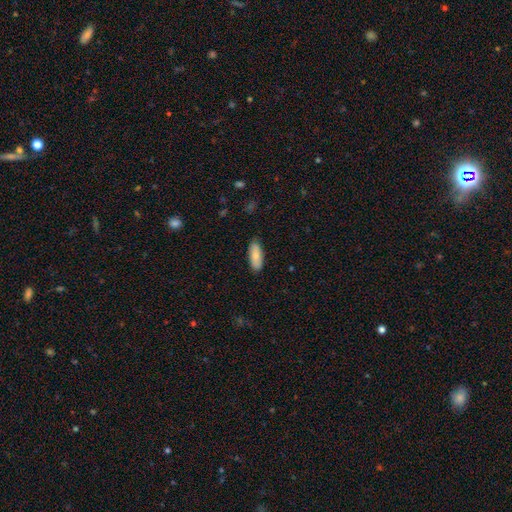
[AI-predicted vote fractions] Smooth or featured? smooth (83%)
How rounded? in between (73%)
Merging? none (84%)